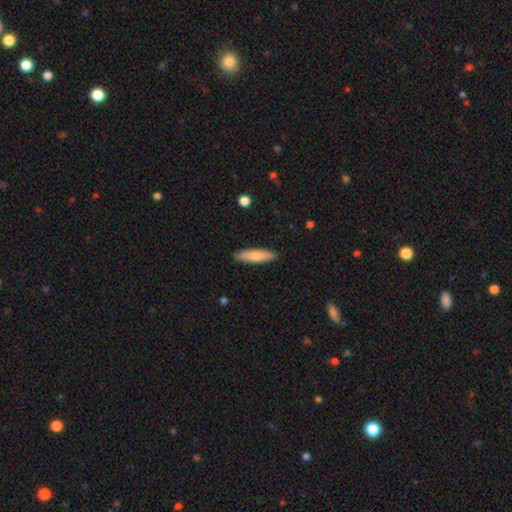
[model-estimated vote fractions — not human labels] smooth-or-featured: smooth: 72% | featured or disk: 22% | star or artifact: 5%
  how-rounded: cigar-shaped: 74% | in between: 25% | round: 2%
  merging: none: 89% | minor disturbance: 8% | major disturbance: 2% | merger: 1%